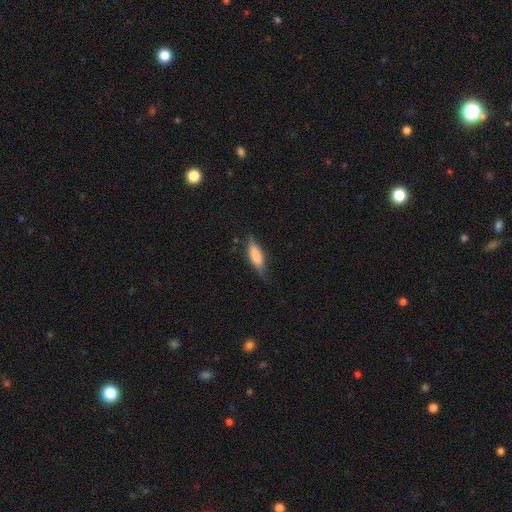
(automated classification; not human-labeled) smooth-or-featured: smooth: 68% | featured or disk: 25% | star or artifact: 7%
  how-rounded: cigar-shaped: 54% | in between: 44% | round: 2%
  merging: none: 72% | minor disturbance: 21% | major disturbance: 5% | merger: 1%